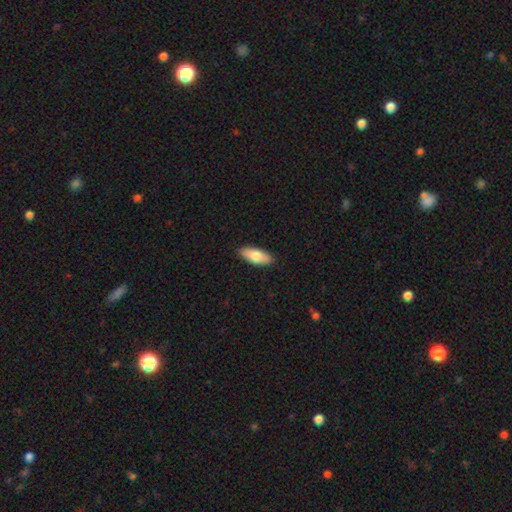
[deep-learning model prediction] The model was most divided on "smooth or featured": smooth: 78%, featured or disk: 16%, star or artifact: 6%. More confident: merging — none (89%); how rounded — in between (83%).